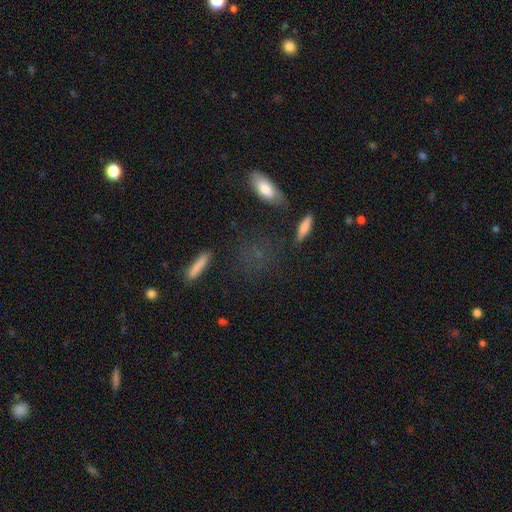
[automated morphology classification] Smooth or featured: smooth — 55% (star or artifact — 26%)
How rounded: in between — 43% (cigar-shaped — 29%)
Merging: none — 67% (minor disturbance — 16%)